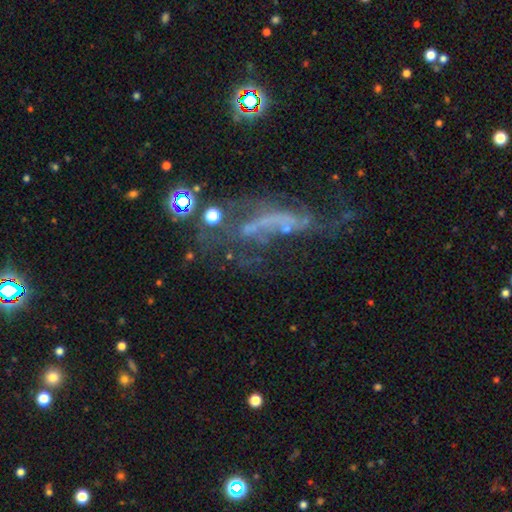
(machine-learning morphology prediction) featured or disk 58%, star or artifact 25%, smooth 17%. Down the decision tree: edge-on disk — no (81%); merging — major disturbance (38%).